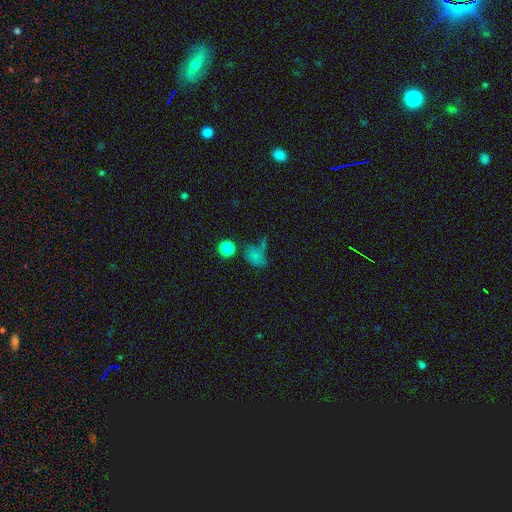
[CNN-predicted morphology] A smooth galaxy with no disk features (71%) that is in between round and cigar-shaped (62%).

Vote fractions:
- Smooth or featured? smooth: 71% / star or artifact: 19% / featured or disk: 10%
- How rounded? in between: 62% / round: 36% / cigar-shaped: 2%
- Merging? none: 46% / merger: 21% / minor disturbance: 20% / major disturbance: 14%